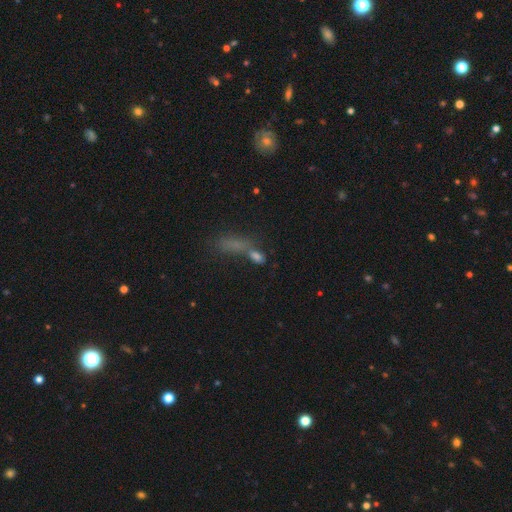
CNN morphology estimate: type=smooth (65%); roundness=in between (57%); merging=merger (41%).